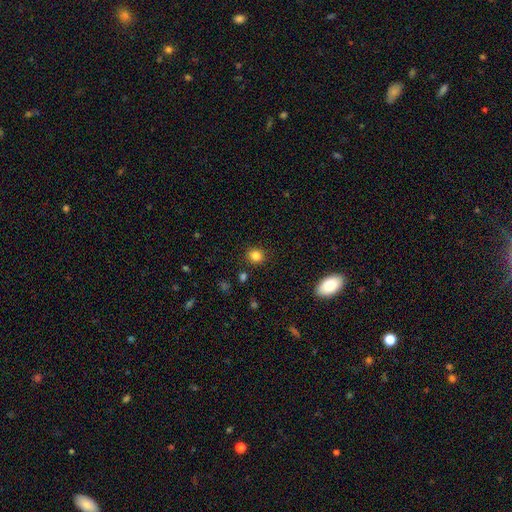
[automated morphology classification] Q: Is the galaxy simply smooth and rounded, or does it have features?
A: smooth — 83%.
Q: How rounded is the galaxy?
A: round — 85%.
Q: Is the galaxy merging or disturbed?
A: none — 88%.